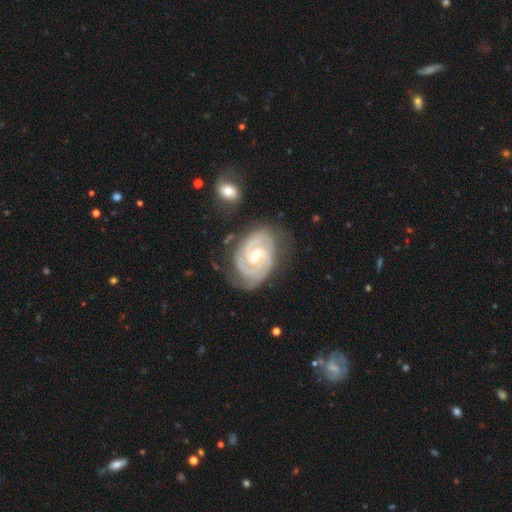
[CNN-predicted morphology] Smooth or featured: featured or disk — 93% (smooth — 4%)
Edge-on disk: no — 98% (yes — 2%)
Bar: weak — 52% (no — 30%)
Spiral arms: yes — 98% (no — 2%)
Spiral winding: tight — 71% (medium — 26%)
Spiral arm count: 2 — 81% (3 — 10%)
Bulge size: moderate — 62% (small — 32%)
Merging: none — 74% (minor disturbance — 18%)